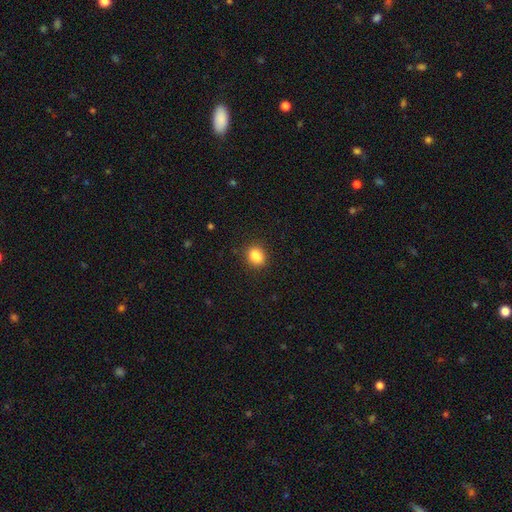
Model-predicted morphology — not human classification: The model was most divided on "how rounded": in between: 53%, round: 46%, cigar-shaped: 1%. More confident: smooth or featured — smooth (87%); merging — none (85%).